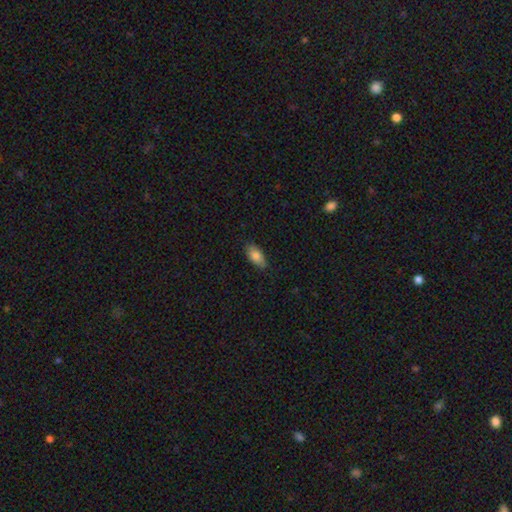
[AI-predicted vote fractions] Morphology: type=smooth (82%); roundness=in between (90%); merging=none (82%).